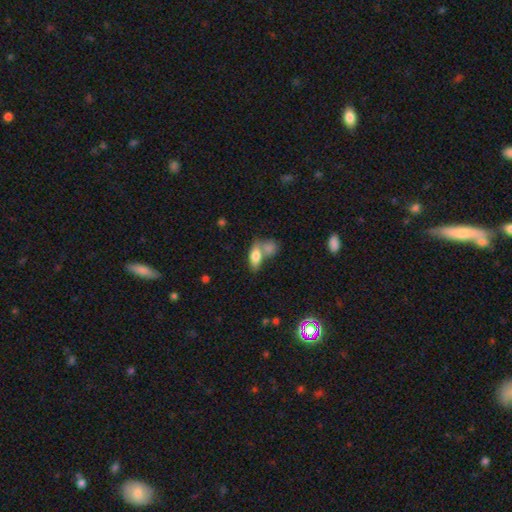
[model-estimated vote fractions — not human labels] smooth 76%, featured or disk 16%, star or artifact 8%. Down the decision tree: how rounded — in between (82%); merging — merger (46%).